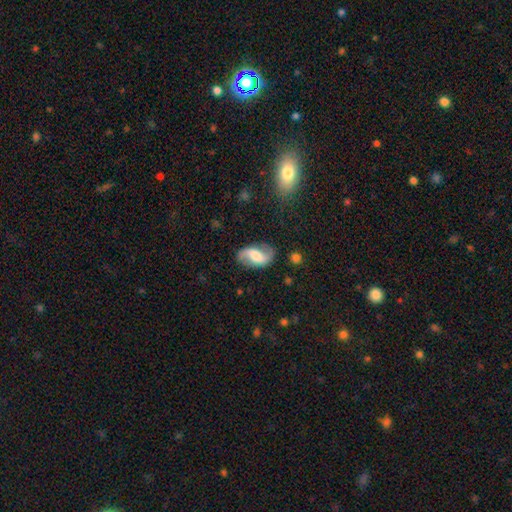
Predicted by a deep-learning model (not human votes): featured or disk 74%, smooth 20%, star or artifact 6%. Down the decision tree: edge-on disk — no (97%); bar — weak (45%); spiral arms — yes (93%); spiral arm count — 2 (92%); spiral winding — loose (63%); bulge size — moderate (41%); merging — none (79%).